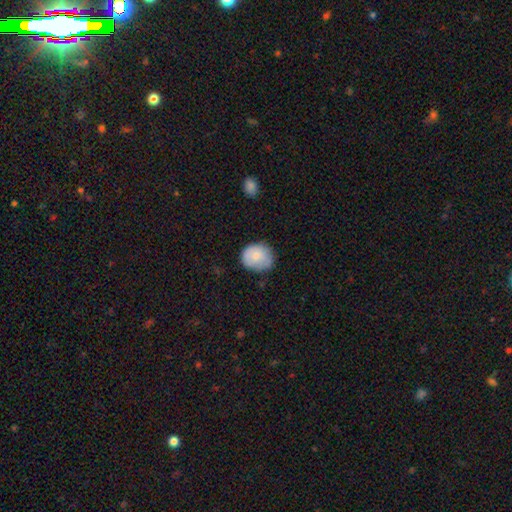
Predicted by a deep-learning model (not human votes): The model was most divided on "how rounded": round: 66%, in between: 34%, cigar-shaped: 1%. More confident: smooth or featured — smooth (77%); merging — none (64%).